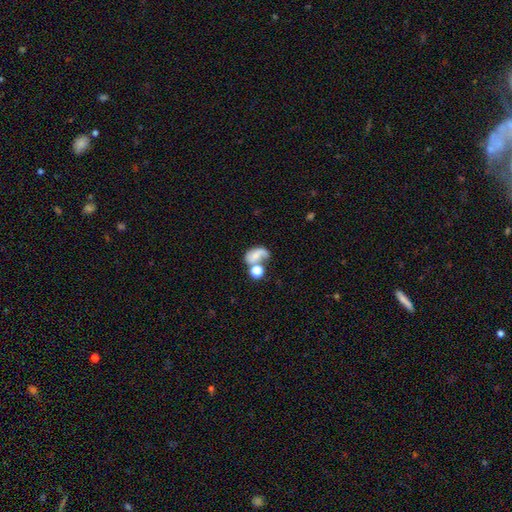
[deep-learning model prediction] smooth_or_featured: featured or disk (p=0.50) [alt: smooth p=0.38]
disk_edge_on: no (p=0.97) [alt: yes p=0.03]
merging: merger (p=0.36) [alt: none p=0.30]